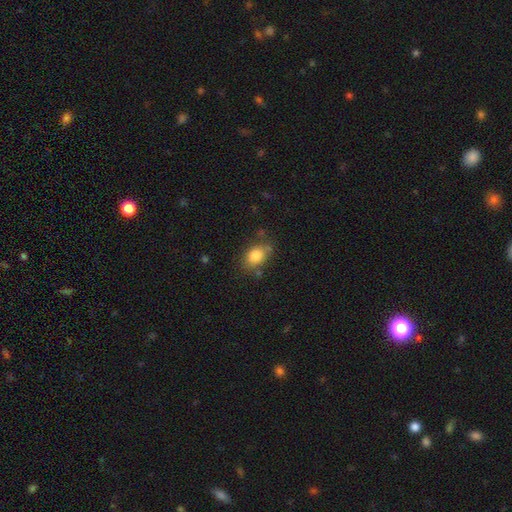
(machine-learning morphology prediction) type=smooth (82%); roundness=in between (74%); merging=none (69%).